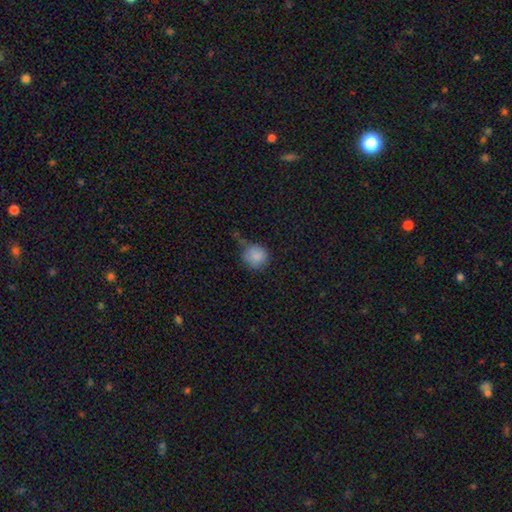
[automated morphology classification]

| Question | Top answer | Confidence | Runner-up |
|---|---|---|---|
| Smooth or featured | smooth | 86% | star or artifact (9%) |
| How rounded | round | 90% | in between (9%) |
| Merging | none | 61% | minor disturbance (27%) |